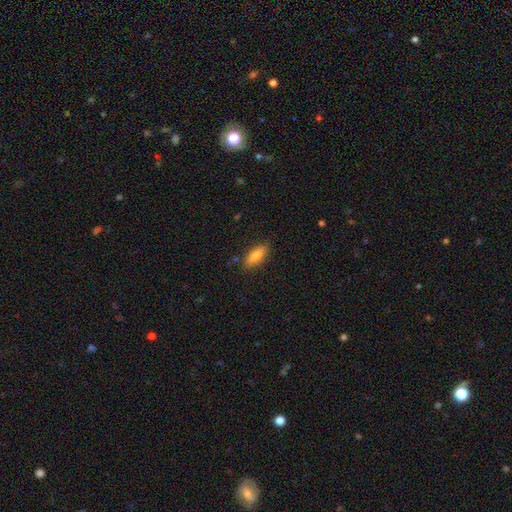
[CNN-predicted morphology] This appears to be a smooth galaxy with no disk features (77%) that is in between round and cigar-shaped (66%). Merging: none (85%).